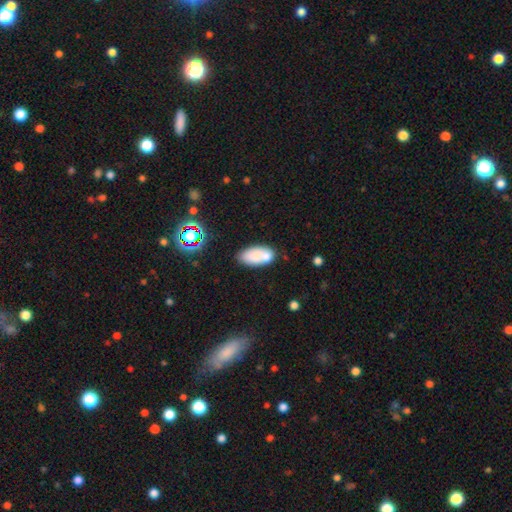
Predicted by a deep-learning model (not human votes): smooth 75%, featured or disk 15%, star or artifact 10%. Down the decision tree: how rounded — in between (92%); merging — none (56%).